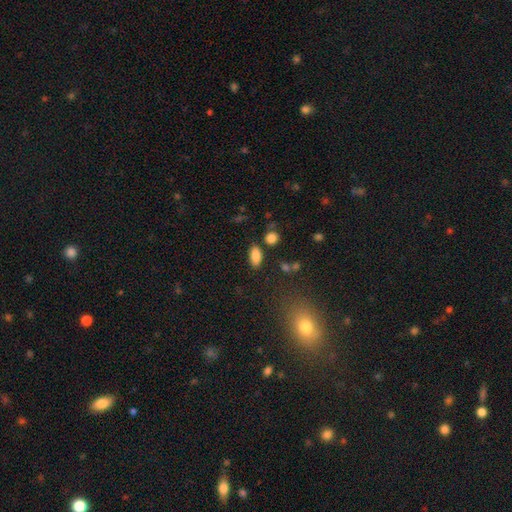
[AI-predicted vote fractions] A smooth galaxy with no disk features (85%) that is in between round and cigar-shaped (89%). Merging: none (80%).